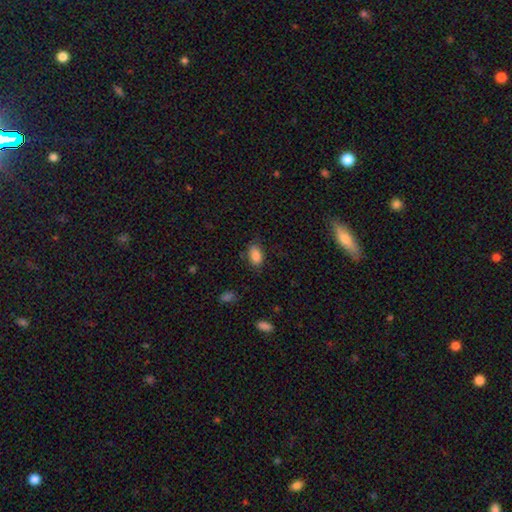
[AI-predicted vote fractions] A smooth galaxy with no disk features (86%) that is in between round and cigar-shaped (90%). Merging: none (74%).